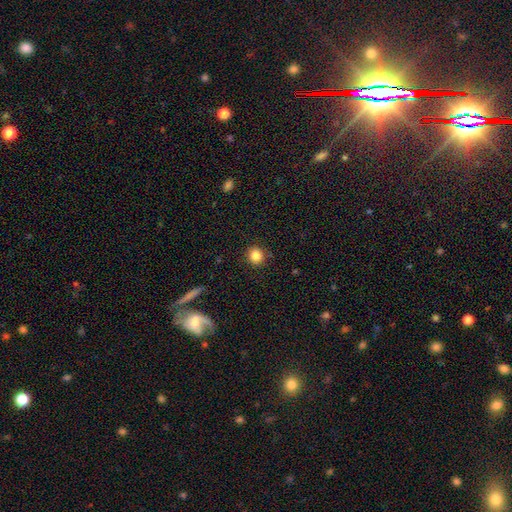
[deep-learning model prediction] Q: Smooth or featured?
A: smooth (85%); runner-up: star or artifact (11%)
Q: How rounded?
A: round (89%); runner-up: in between (10%)
Q: Merging?
A: none (89%); runner-up: minor disturbance (7%)